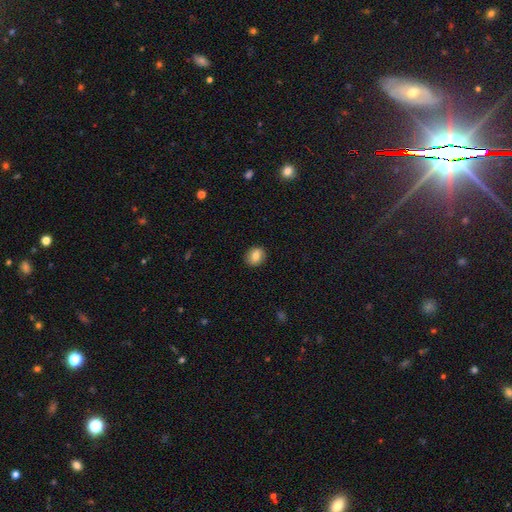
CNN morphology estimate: Q: Smooth or featured?
A: smooth (82%); runner-up: featured or disk (10%)
Q: How rounded?
A: round (71%); runner-up: in between (28%)
Q: Merging?
A: none (90%); runner-up: minor disturbance (8%)